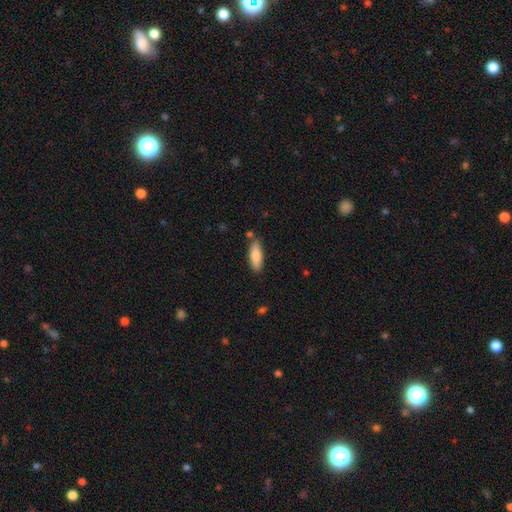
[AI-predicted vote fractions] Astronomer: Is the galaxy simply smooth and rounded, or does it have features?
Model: smooth — 83%.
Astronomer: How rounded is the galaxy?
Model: in between — 60% (runner-up: cigar-shaped, 39%).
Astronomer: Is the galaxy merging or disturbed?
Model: none — 80%.